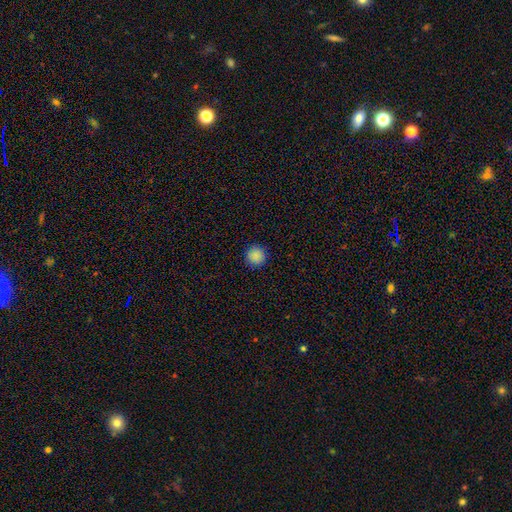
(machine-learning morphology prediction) Smooth or featured? smooth (88%)
How rounded? round (96%)
Merging? none (92%)